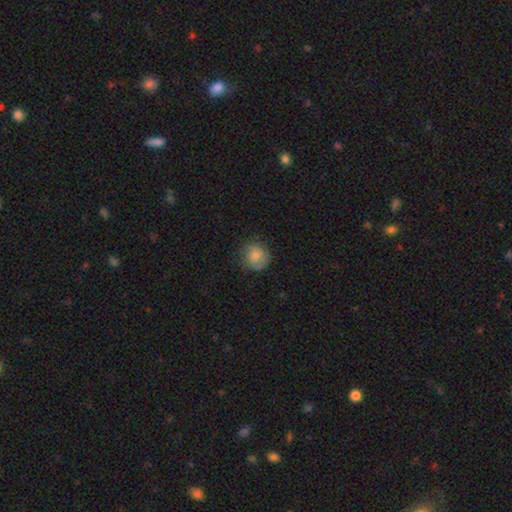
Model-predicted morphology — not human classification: This appears to be a smooth galaxy with no disk features (76%) that is round (87%). Merging: none (74%).